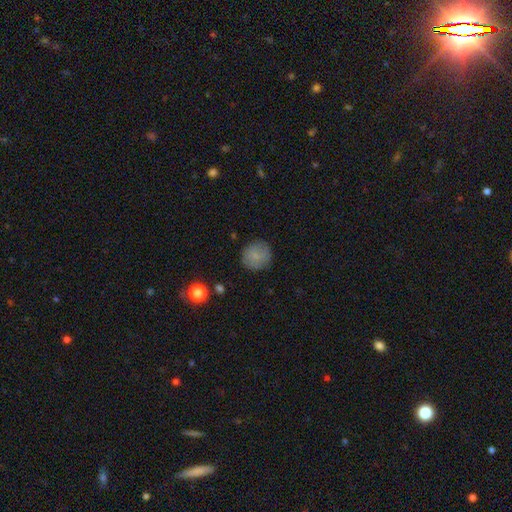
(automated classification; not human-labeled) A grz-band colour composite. It shows a smooth galaxy with no disk features (82%) that is round (90%). Merging: none (83%).